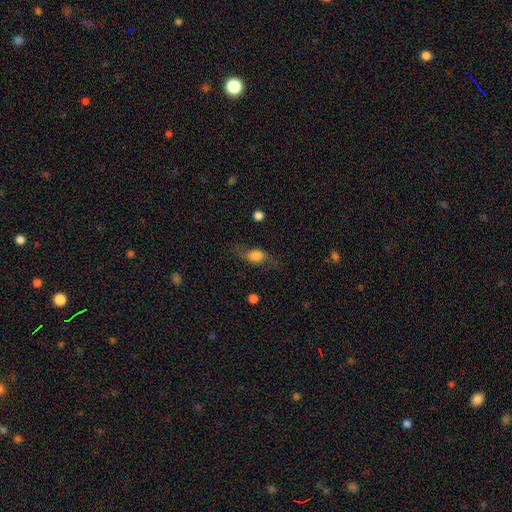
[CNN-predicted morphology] Smooth or featured? Predicted: smooth (p=0.64). How rounded? Predicted: in between (p=0.74). Merging? Predicted: none (p=0.62).